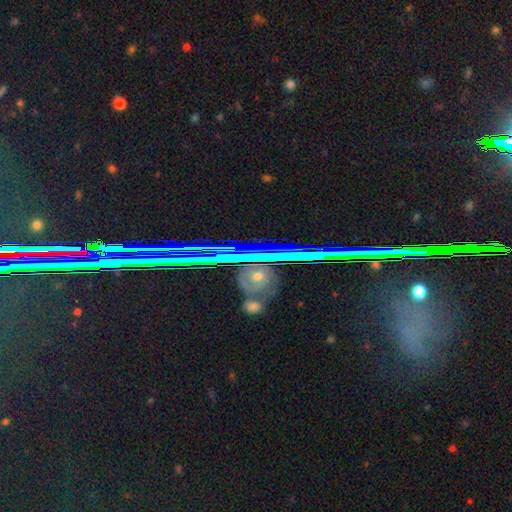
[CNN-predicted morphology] A star or artifact, not a galaxy (83%).